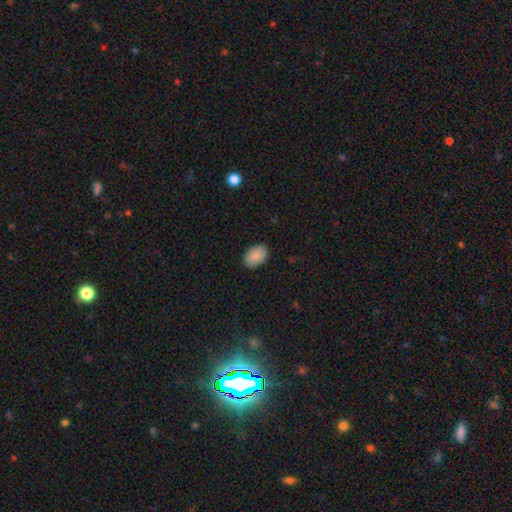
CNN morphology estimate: The model was most divided on "merging": none: 88%, minor disturbance: 9%, major disturbance: 2%, merger: 1%. More confident: how rounded — in between (89%); smooth or featured — smooth (89%).